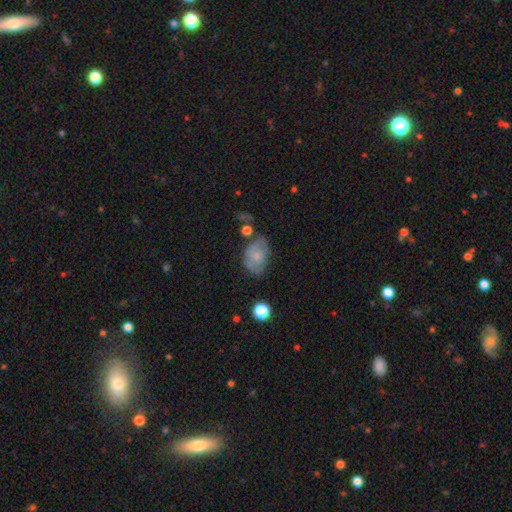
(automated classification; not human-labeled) Q: Smooth or featured?
A: smooth (64%); runner-up: featured or disk (27%)
Q: How rounded?
A: in between (83%); runner-up: round (16%)
Q: Merging?
A: none (49%); runner-up: minor disturbance (30%)